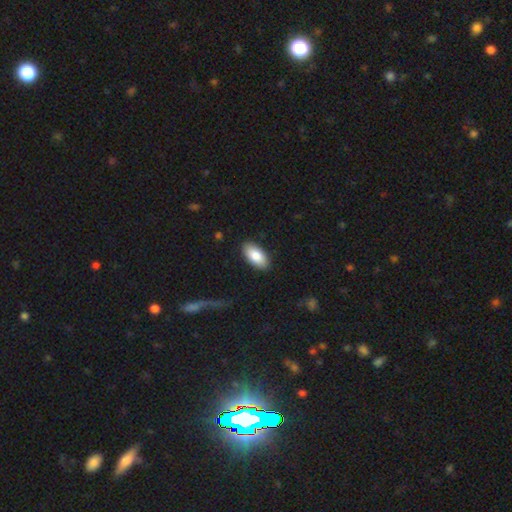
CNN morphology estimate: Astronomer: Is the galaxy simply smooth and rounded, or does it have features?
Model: smooth — 84%.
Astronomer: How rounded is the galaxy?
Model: in between — 93%.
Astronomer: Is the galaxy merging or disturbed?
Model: none — 88%.